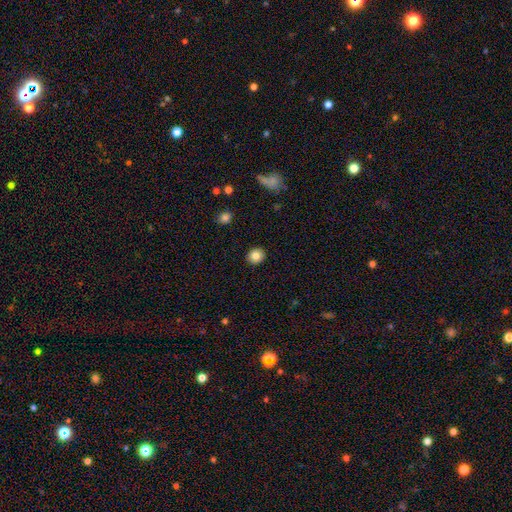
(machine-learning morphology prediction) Smooth or featured? smooth (85%)
How rounded? round (84%)
Merging? none (92%)